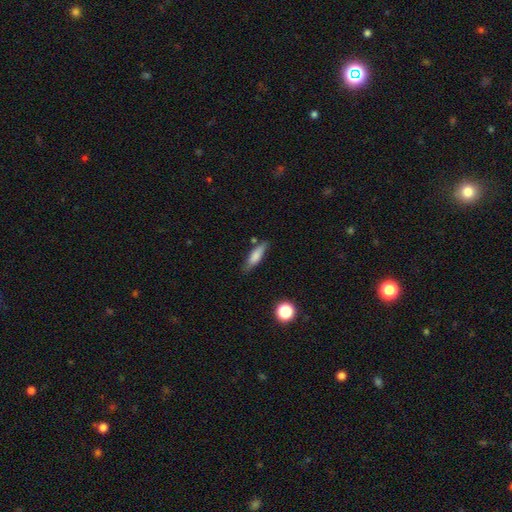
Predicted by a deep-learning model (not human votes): This appears to be a smooth galaxy with no disk features (75%) that is cigar-shaped (61%). Merging: none (73%).